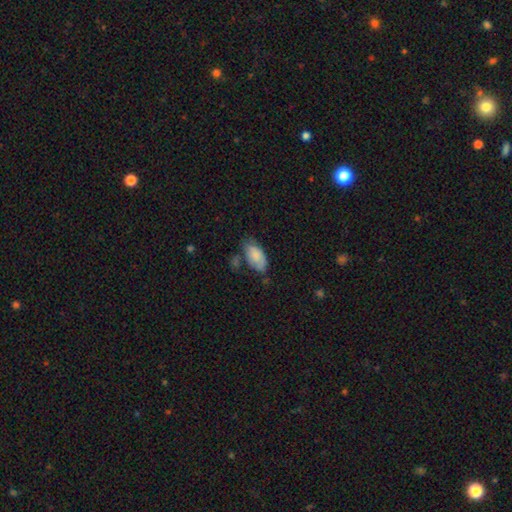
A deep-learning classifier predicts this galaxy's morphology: Smooth or featured: smooth — 81% (featured or disk — 13%)
How rounded: in between — 94% (cigar-shaped — 3%)
Merging: none — 51% (minor disturbance — 31%)